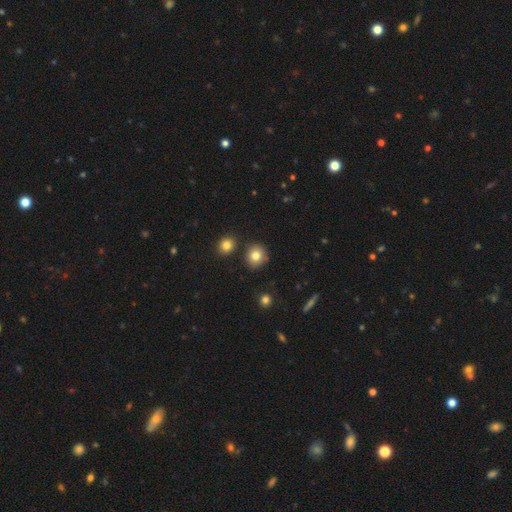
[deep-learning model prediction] smooth 81%, star or artifact 10%, featured or disk 9%. Down the decision tree: how rounded — round (83%); merging — none (84%).